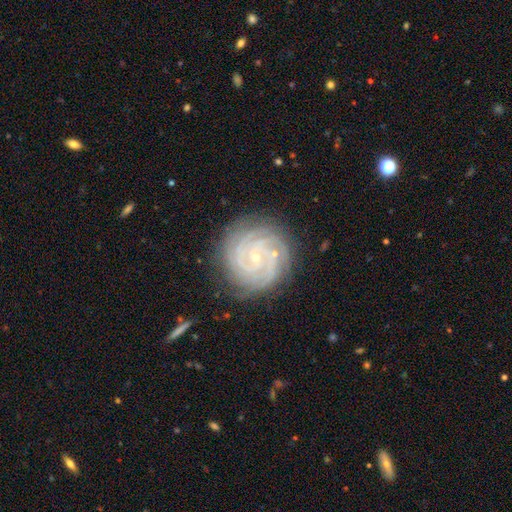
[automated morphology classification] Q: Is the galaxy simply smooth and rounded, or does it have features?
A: featured or disk — 83%.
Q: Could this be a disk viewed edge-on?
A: no — 98%.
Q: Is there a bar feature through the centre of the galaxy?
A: no — 70%.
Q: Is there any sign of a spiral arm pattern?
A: yes — 98%.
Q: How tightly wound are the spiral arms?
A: tight — 83%.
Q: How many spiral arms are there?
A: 4 — 27%.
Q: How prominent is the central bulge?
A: small — 86%.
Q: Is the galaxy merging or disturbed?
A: none — 83%.